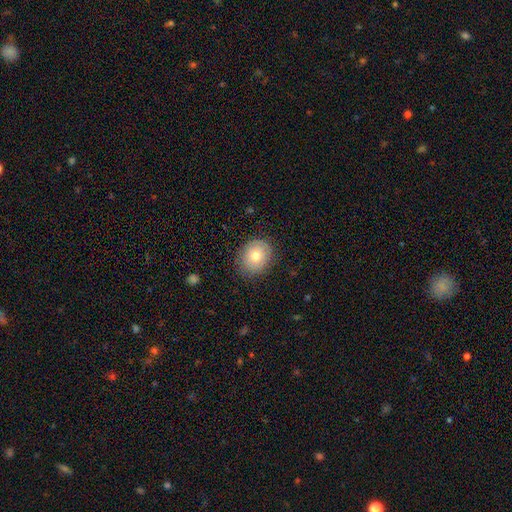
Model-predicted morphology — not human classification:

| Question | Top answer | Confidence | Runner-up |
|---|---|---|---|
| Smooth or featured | smooth | 73% | featured or disk (18%) |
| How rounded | round | 62% | in between (38%) |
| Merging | none | 83% | minor disturbance (13%) |